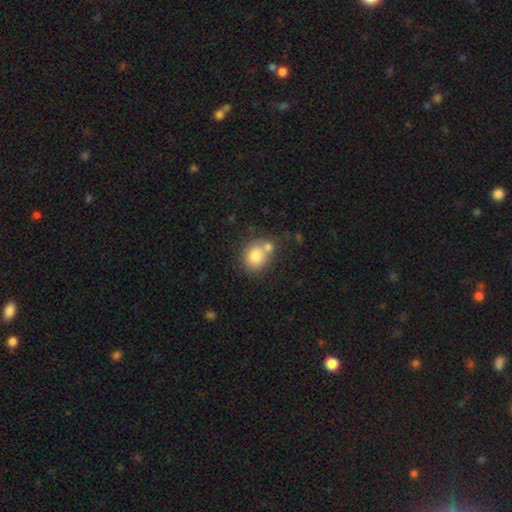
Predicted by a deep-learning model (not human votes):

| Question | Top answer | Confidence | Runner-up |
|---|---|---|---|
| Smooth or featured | smooth | 80% | featured or disk (11%) |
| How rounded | round | 72% | in between (27%) |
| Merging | none | 52% | merger (31%) |